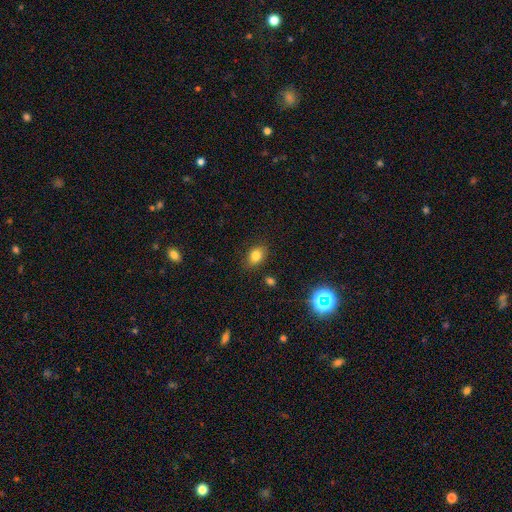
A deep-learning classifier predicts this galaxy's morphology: smooth-or-featured: smooth: 79% | star or artifact: 13% | featured or disk: 8%
  how-rounded: in between: 69% | round: 29% | cigar-shaped: 1%
  merging: none: 83% | minor disturbance: 11% | major disturbance: 3% | merger: 2%